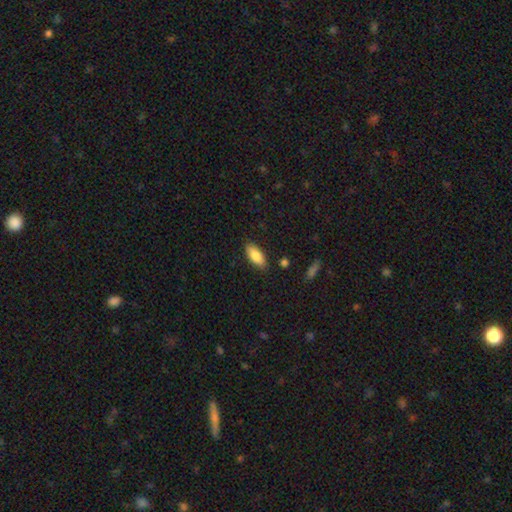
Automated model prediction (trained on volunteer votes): A smooth galaxy with no disk features (85%) that is in between round and cigar-shaped (83%).

Vote fractions:
- Smooth or featured? smooth: 85% / featured or disk: 9% / star or artifact: 6%
- How rounded? in between: 83% / cigar-shaped: 15% / round: 2%
- Merging? none: 85% / minor disturbance: 11% / major disturbance: 2% / merger: 2%